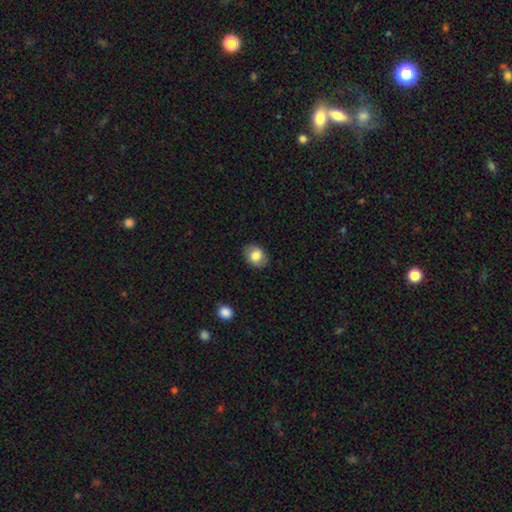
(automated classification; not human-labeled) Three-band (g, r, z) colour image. It shows a smooth galaxy with no disk features (79%) that is in between round and cigar-shaped (54%). Merging: none (83%).